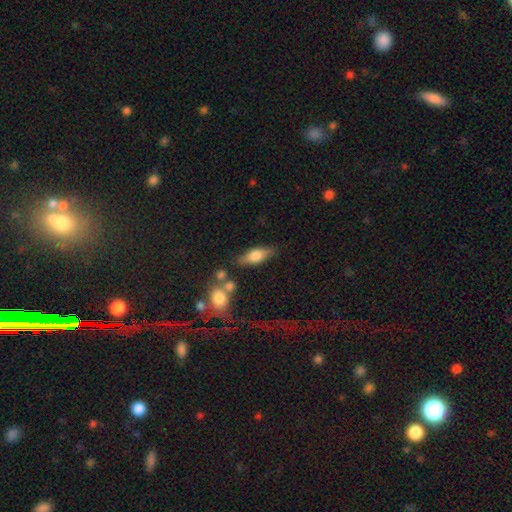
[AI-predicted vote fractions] smooth_or_featured: smooth (p=0.63) [alt: featured or disk p=0.29]
how_rounded: in between (p=0.67) [alt: cigar-shaped p=0.29]
merging: none (p=0.77) [alt: minor disturbance p=0.13]